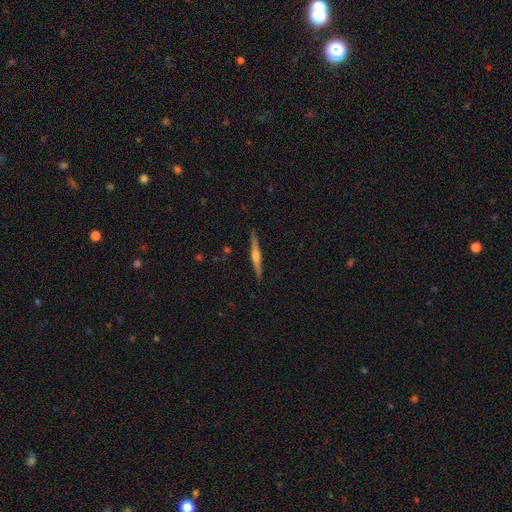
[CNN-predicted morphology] This appears to be a featured or disk galaxy (70%) viewed edge-on (98%) with a rounded central bulge (77%). Merging: none (91%).